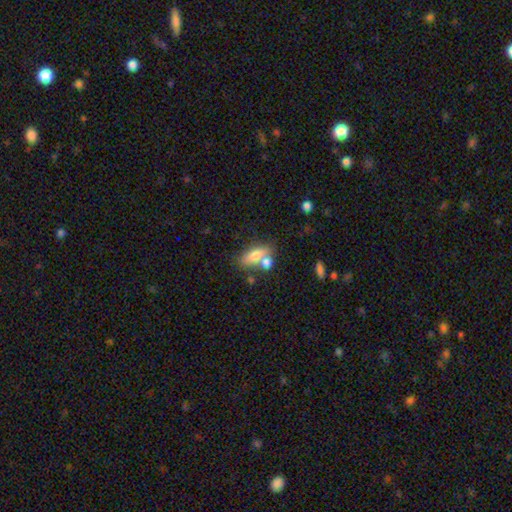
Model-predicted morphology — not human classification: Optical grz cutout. It shows a smooth galaxy with no disk features (70%) that is in between round and cigar-shaped (74%). Merging: none (48%).